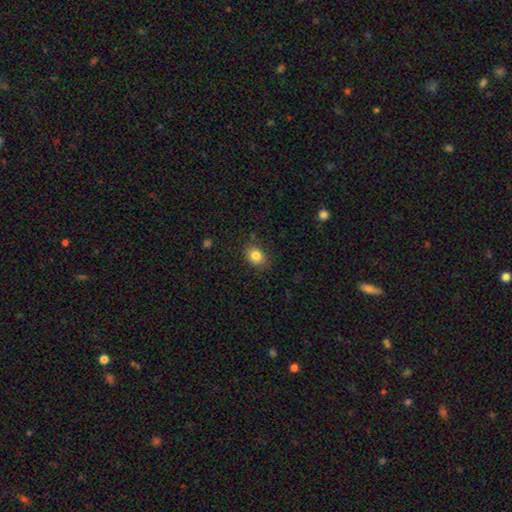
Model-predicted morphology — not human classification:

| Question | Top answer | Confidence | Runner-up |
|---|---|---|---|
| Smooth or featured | smooth | 83% | star or artifact (10%) |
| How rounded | round | 54% | in between (45%) |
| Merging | none | 82% | minor disturbance (14%) |